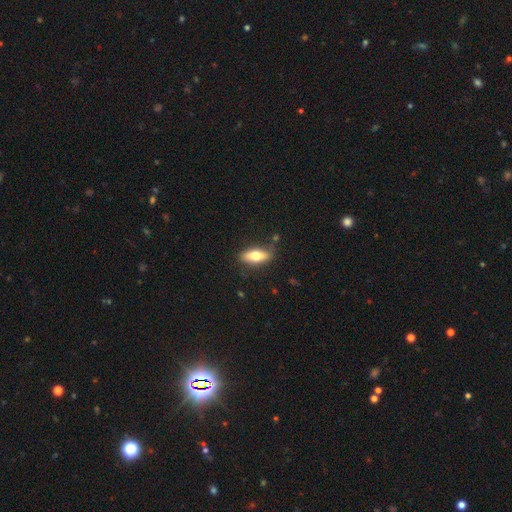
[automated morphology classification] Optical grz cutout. It shows a smooth galaxy with no disk features (65%) that is in between round and cigar-shaped (75%). Merging: none (79%).